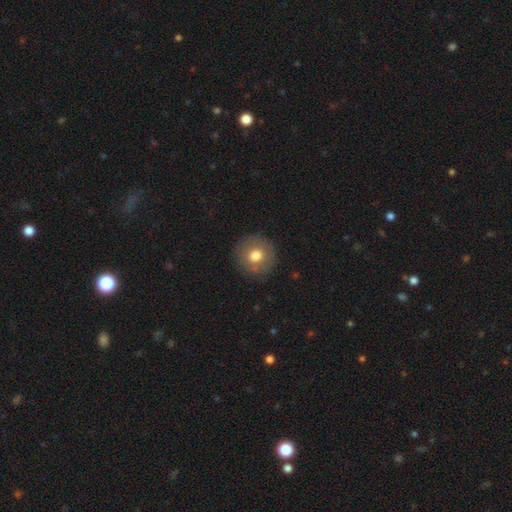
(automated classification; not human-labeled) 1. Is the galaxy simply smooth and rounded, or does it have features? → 72% smooth, 20% featured or disk, 9% star or artifact.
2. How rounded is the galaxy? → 92% round, 7% in between, 1% cigar-shaped.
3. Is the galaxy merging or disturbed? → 86% none, 9% minor disturbance, 3% major disturbance, 1% merger.